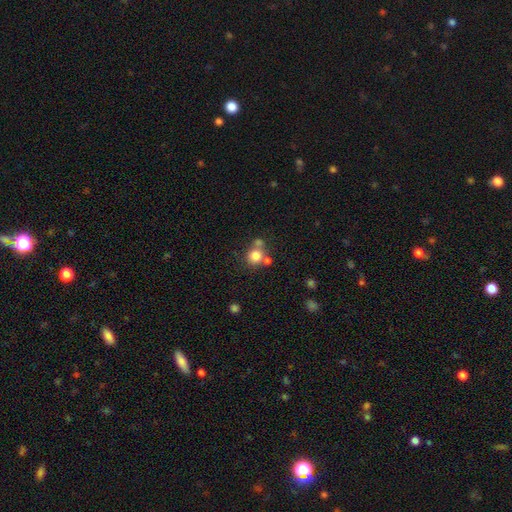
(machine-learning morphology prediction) This is likely a smooth galaxy (79%). How rounded: clearly round (89%). Merging: possibly none (58%).